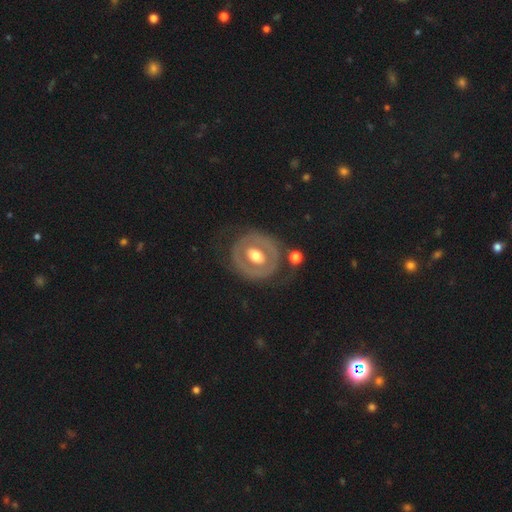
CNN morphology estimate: smooth-or-featured: featured or disk: 64% | smooth: 31% | star or artifact: 5%
  disk-edge-on: no: 95% | yes: 5%
    bar: no: 61% | weak: 24% | strong: 15%
    has-spiral-arms: no: 80% | yes: 20%
    bulge-size: moderate: 65% | large: 26% | small: 6% | dominant: 2% | none: 1%
  merging: none: 66% | minor disturbance: 17% | major disturbance: 12% | merger: 5%